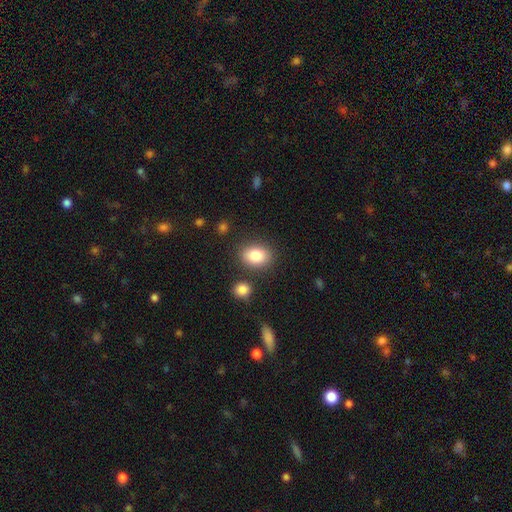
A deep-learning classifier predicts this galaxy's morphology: Smooth or featured: smooth — 84% (star or artifact — 8%)
How rounded: in between — 70% (round — 29%)
Merging: none — 81% (minor disturbance — 10%)